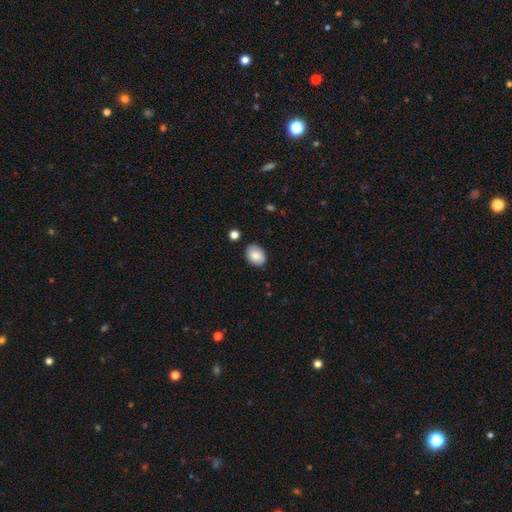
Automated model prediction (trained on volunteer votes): Morphology: type=smooth (86%); roundness=in between (76%); merging=none (84%).